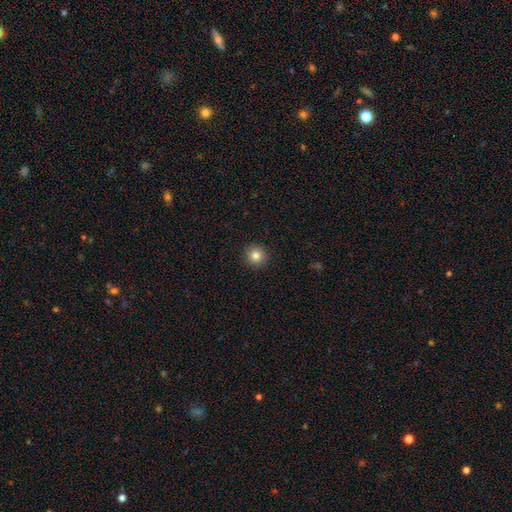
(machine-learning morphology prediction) Smooth or featured?
  - smooth: 82% *
  - star or artifact: 11%
  - featured or disk: 7%
How rounded?
  - round: 94% *
  - in between: 5%
  - cigar-shaped: 1%
Merging?
  - none: 92% *
  - minor disturbance: 5%
  - major disturbance: 2%
  - merger: 1%